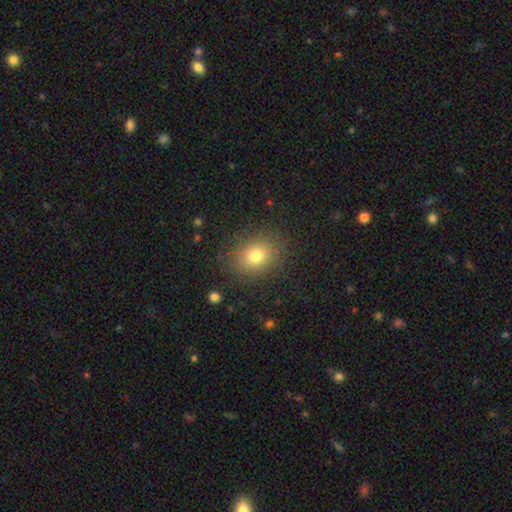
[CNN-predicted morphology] smooth_or_featured: smooth (p=0.78) [alt: star or artifact p=0.13]
how_rounded: round (p=0.51) [alt: in between p=0.48]
merging: none (p=0.85) [alt: minor disturbance p=0.10]